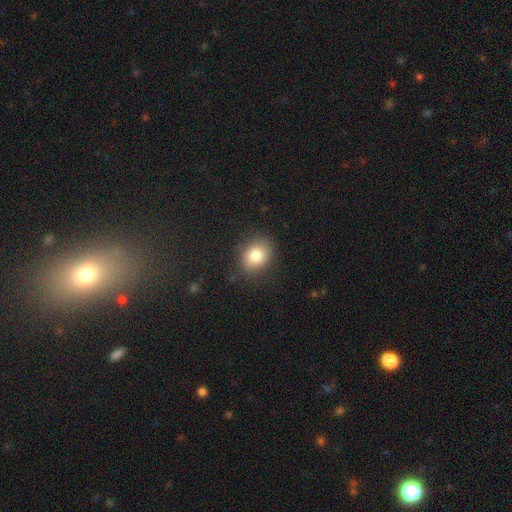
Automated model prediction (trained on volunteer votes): Smooth or featured?
  - smooth: 82% *
  - star or artifact: 9%
  - featured or disk: 9%
How rounded?
  - in between: 52% *
  - round: 47%
  - cigar-shaped: 1%
Merging?
  - none: 82% *
  - minor disturbance: 13%
  - major disturbance: 4%
  - merger: 1%